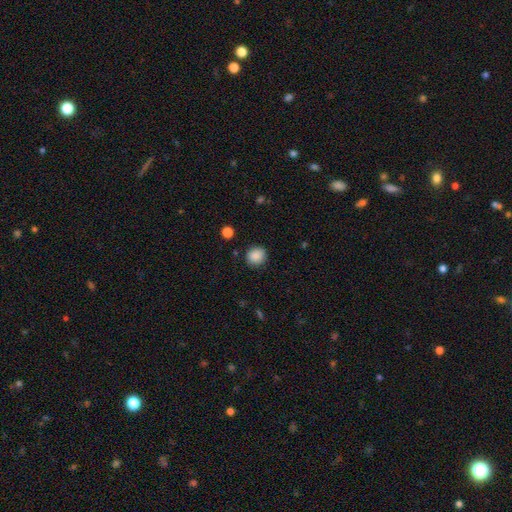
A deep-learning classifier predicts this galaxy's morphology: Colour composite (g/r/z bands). It shows a smooth galaxy with no disk features (88%) that is round (84%). Merging: none (86%).